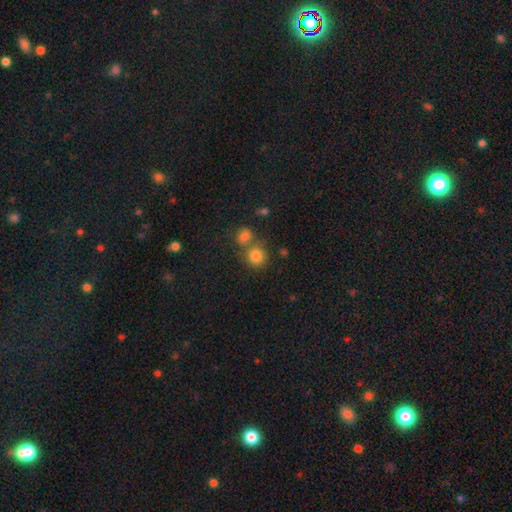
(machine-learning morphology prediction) Smooth or featured? Predicted: smooth (p=0.82). How rounded? Predicted: round (p=0.84). Merging? Predicted: none (p=0.55).